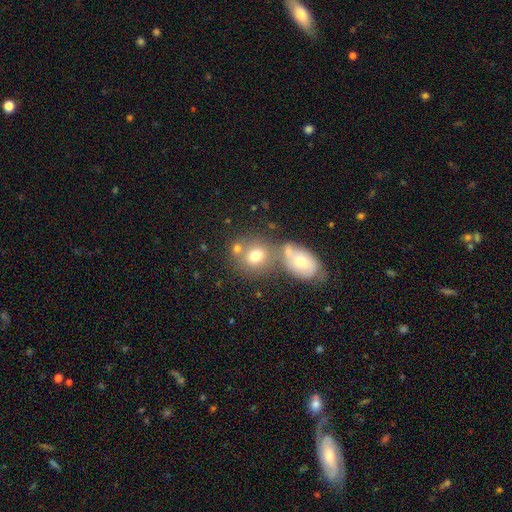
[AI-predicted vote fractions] Overall: smooth (72%). How rounded: round (67%; in between 31%). Merging: none (49%; merger 36%).